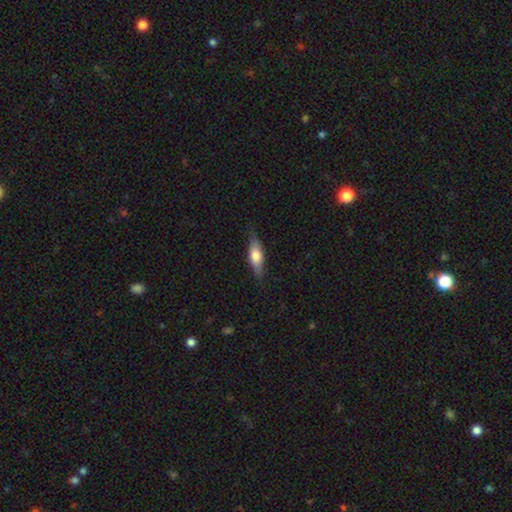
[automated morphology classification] smooth 61%, featured or disk 33%, star or artifact 6%. Down the decision tree: how rounded — in between (57%); merging — none (79%).